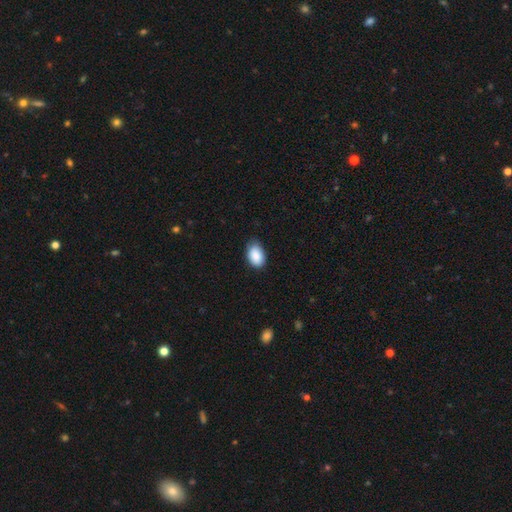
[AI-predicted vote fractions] Smooth or featured: smooth — 89% (star or artifact — 7%)
How rounded: in between — 90% (round — 9%)
Merging: none — 73% (minor disturbance — 23%)